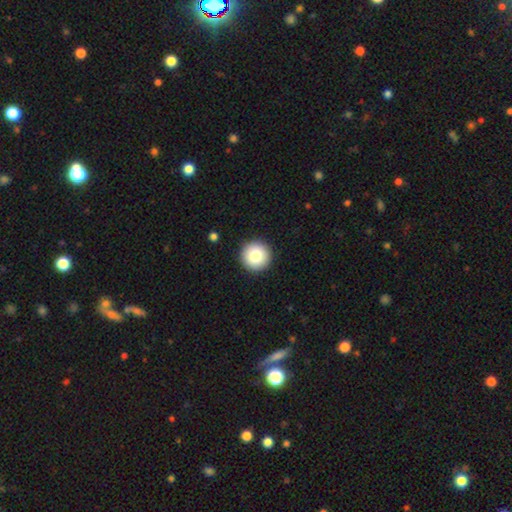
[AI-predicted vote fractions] Smooth or featured: smooth — 82% (featured or disk — 10%)
How rounded: round — 96% (in between — 3%)
Merging: none — 93% (minor disturbance — 5%)